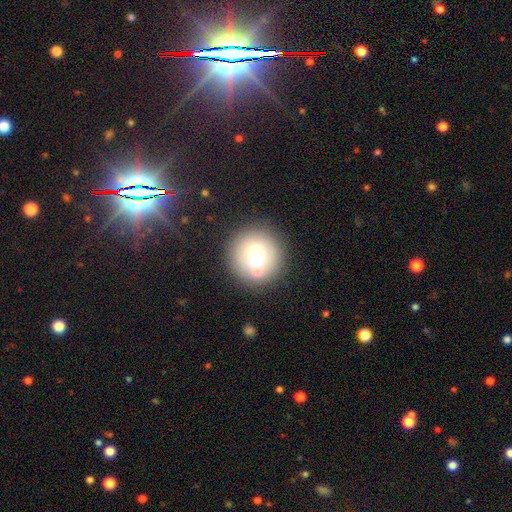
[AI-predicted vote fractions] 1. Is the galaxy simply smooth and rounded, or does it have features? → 66% smooth, 24% featured or disk, 10% star or artifact.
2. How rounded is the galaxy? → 90% round, 9% in between, 1% cigar-shaped.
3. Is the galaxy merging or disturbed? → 70% none, 13% merger, 12% minor disturbance, 6% major disturbance.